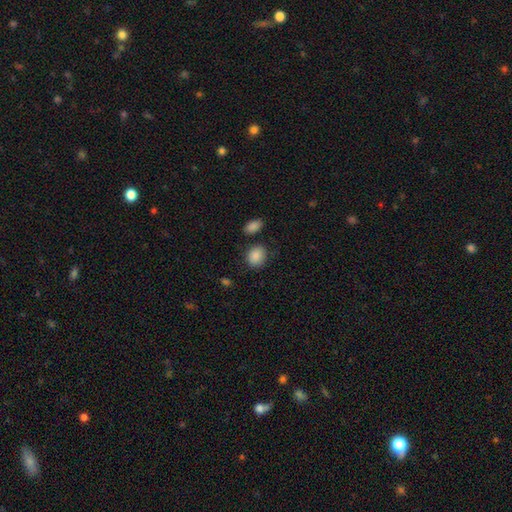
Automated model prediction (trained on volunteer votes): smooth-or-featured: smooth: 88% | star or artifact: 8% | featured or disk: 4%
  how-rounded: round: 54% | in between: 45% | cigar-shaped: 1%
  merging: none: 79% | minor disturbance: 12% | merger: 5% | major disturbance: 4%